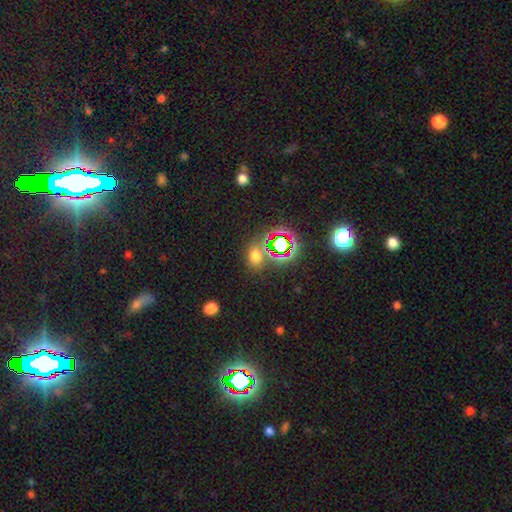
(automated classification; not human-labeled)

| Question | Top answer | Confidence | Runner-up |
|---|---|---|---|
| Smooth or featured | smooth | 53% | star or artifact (39%) |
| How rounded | in between | 54% | round (44%) |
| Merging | none | 72% | minor disturbance (11%) |